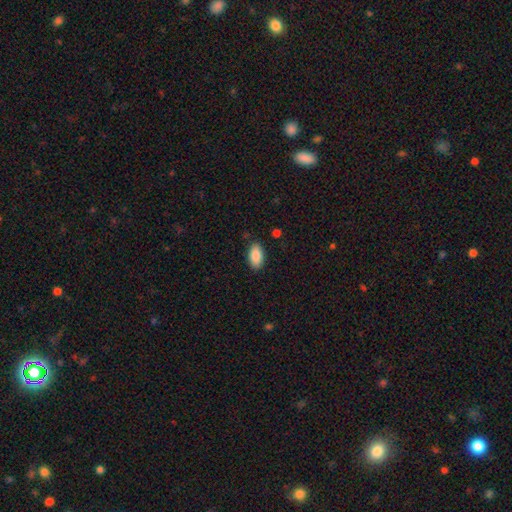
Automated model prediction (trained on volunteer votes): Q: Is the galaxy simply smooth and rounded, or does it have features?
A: smooth — 88%.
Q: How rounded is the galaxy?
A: in between — 94%.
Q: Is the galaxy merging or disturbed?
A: none — 86%.